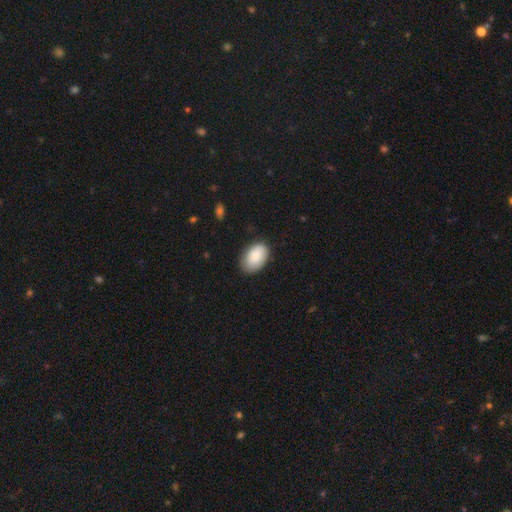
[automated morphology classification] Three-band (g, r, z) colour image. It shows a smooth galaxy with no disk features (88%) that is in between round and cigar-shaped (92%). Merging: none (77%).